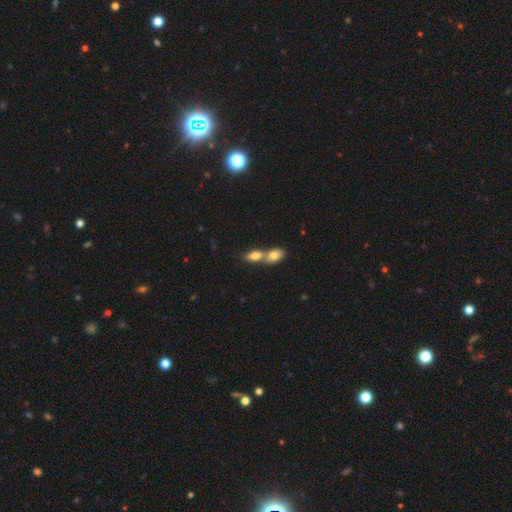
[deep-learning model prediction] This appears to be a smooth galaxy with no disk features (75%) that is in between round and cigar-shaped (81%). Merging: merger (70%).